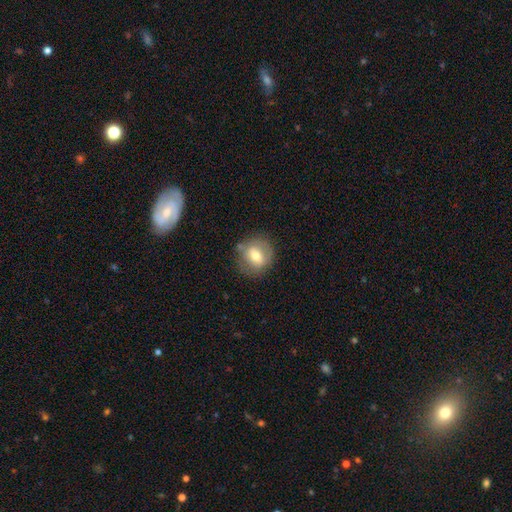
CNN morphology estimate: The model was most divided on "smooth or featured": smooth: 61%, featured or disk: 31%, star or artifact: 8%. More confident: merging — none (75%); how rounded — round (74%).